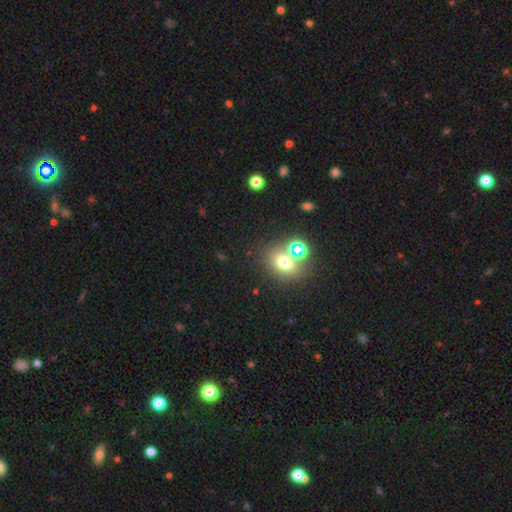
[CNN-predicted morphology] Smooth or featured? smooth (59%)
How rounded? round (71%)
Merging? none (50%)